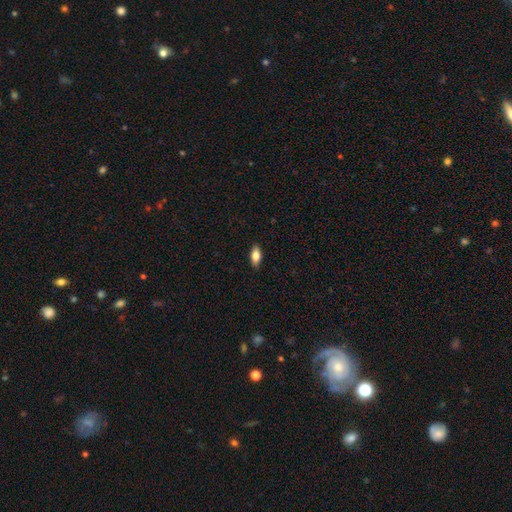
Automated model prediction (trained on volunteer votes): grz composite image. It shows a smooth galaxy with no disk features (74%) that is in between round and cigar-shaped (84%). Merging: none (88%).